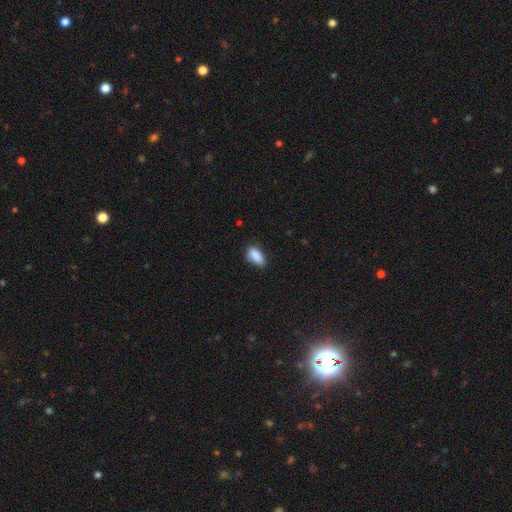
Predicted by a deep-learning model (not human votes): Smooth or featured?
  - smooth: 88% *
  - star or artifact: 7%
  - featured or disk: 4%
How rounded?
  - in between: 89% *
  - cigar-shaped: 8%
  - round: 3%
Merging?
  - none: 77% *
  - minor disturbance: 19%
  - major disturbance: 3%
  - merger: 1%